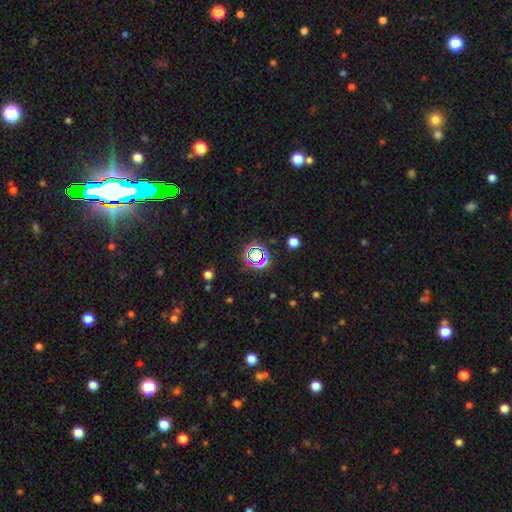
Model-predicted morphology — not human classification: This is likely a star or artifact rather than a galaxy (65%).